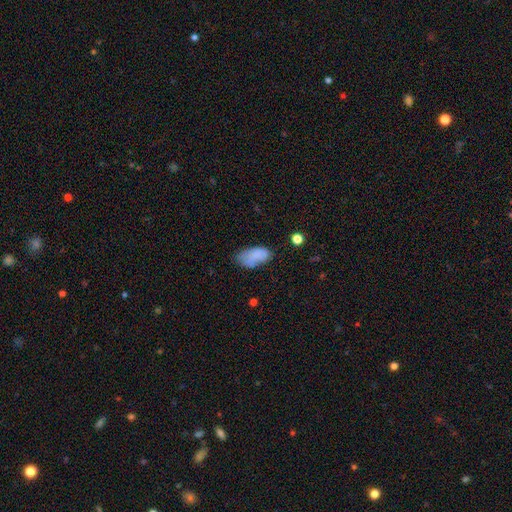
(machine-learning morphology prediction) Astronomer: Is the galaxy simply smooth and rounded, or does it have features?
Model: smooth — 80%.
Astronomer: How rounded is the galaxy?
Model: in between — 94%.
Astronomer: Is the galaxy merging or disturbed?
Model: none — 52% (runner-up: minor disturbance, 31%).